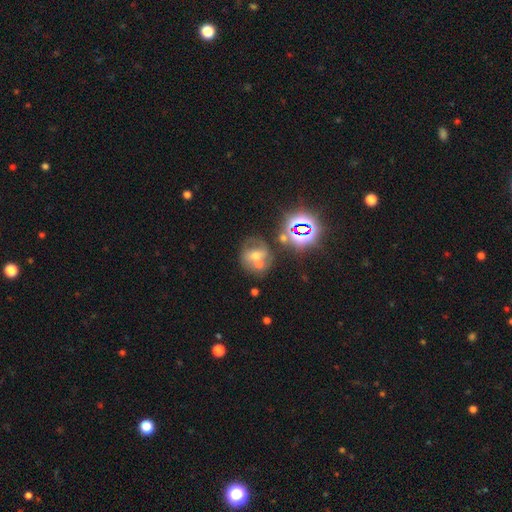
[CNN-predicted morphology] featured or disk 39%, smooth 35%, star or artifact 26%. Down the decision tree: merging — merger (44%).